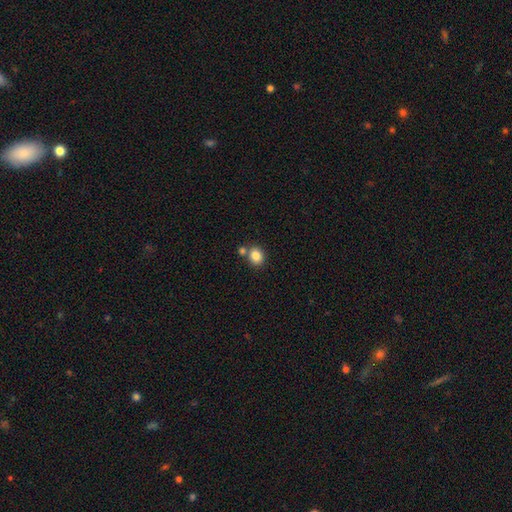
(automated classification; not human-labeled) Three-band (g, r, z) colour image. It shows a smooth galaxy with no disk features (84%) that is round (65%). Merging: none (65%).